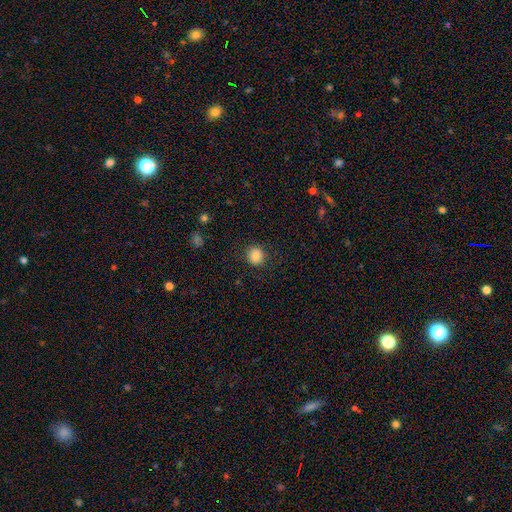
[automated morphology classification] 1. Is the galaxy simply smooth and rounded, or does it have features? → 83% smooth, 10% star or artifact, 6% featured or disk.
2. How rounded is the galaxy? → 87% round, 12% in between, 1% cigar-shaped.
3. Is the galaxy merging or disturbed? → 87% none, 9% minor disturbance, 3% major disturbance, 1% merger.